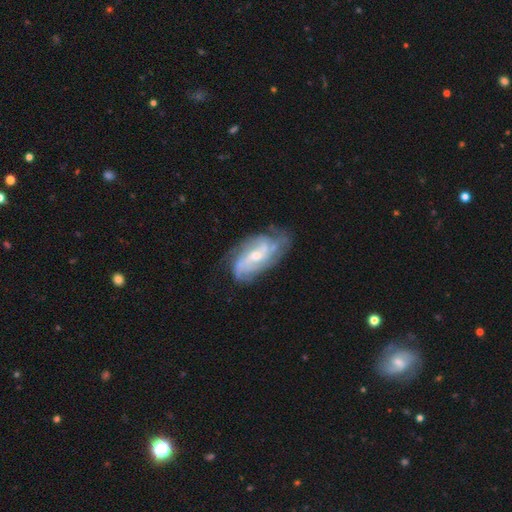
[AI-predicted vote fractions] A featured or disk galaxy (84%) with no bar (46%), tight (41%) spiral arms (93%) and a small central bulge (48%). Merging: none (67%).